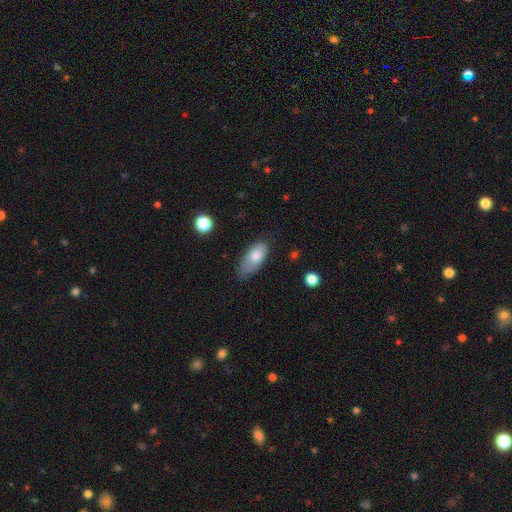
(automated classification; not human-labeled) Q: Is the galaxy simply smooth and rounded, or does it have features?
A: smooth — 76%.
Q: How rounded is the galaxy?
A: in between — 88%.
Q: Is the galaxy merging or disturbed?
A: none — 52%.